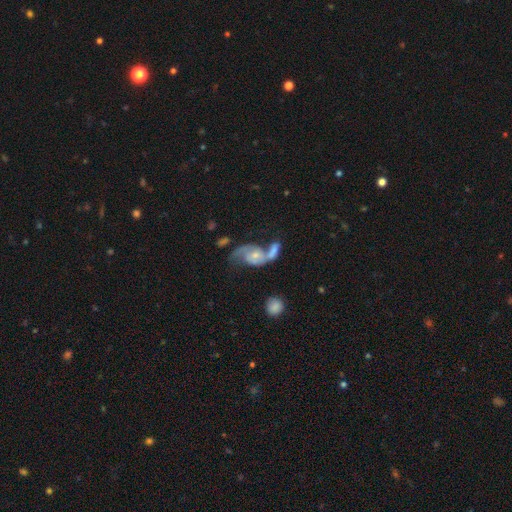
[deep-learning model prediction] A featured or disk galaxy (74%) with no bar (69%), 2 (77%) loose (52%) spiral arms (88%) and a small central bulge (51%).

Vote fractions:
- Smooth or featured? featured or disk: 74% / smooth: 18% / star or artifact: 7%
- Edge-on disk? no: 97% / yes: 3%
- Bar? no: 69% / weak: 26% / strong: 6%
- Spiral arms? yes: 88% / no: 12%
- Spiral winding? loose: 52% / medium: 36% / tight: 12%
- Spiral arm count? 2: 77% / 1: 12% / can't tell: 7% / 3: 2% / 4: 1% / more than 4: 1%
- Bulge size? small: 51% / moderate: 39% / none: 5% / large: 3% / dominant: 1%
- Merging? merger: 49% / none: 20% / major disturbance: 19% / minor disturbance: 12%